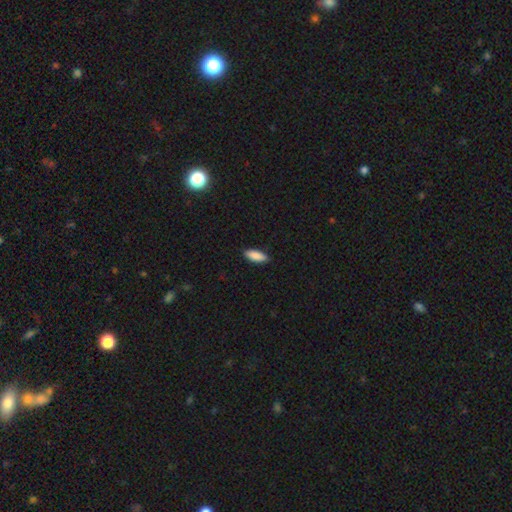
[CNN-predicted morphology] Smooth or featured? smooth (90%)
How rounded? in between (76%)
Merging? none (88%)